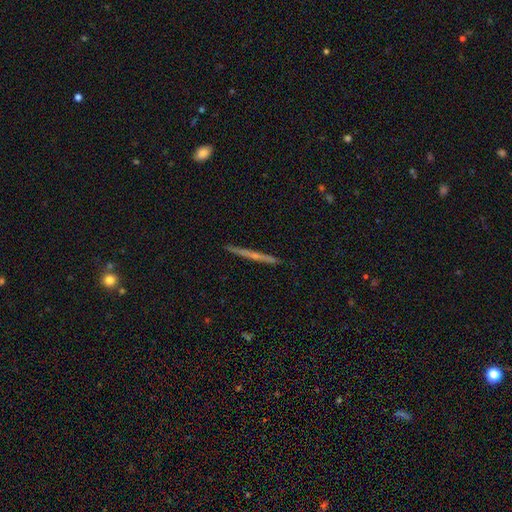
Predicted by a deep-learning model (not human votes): This appears to be a featured or disk galaxy (66%) viewed edge-on (98%) with no central bulge (48%). Merging: none (90%).